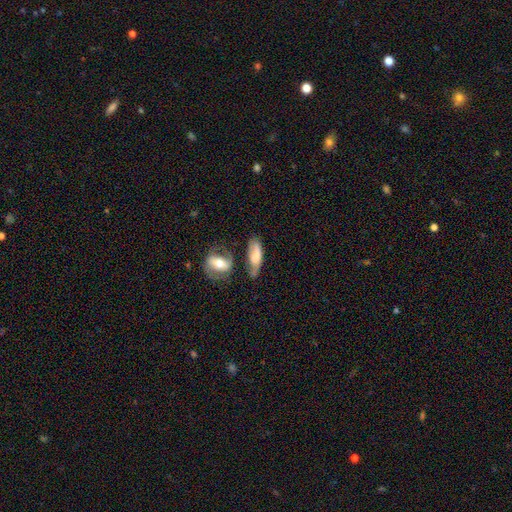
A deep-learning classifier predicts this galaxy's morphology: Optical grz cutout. It shows a smooth galaxy with no disk features (54%) that is in between round and cigar-shaped (65%). Merging: none (44%).